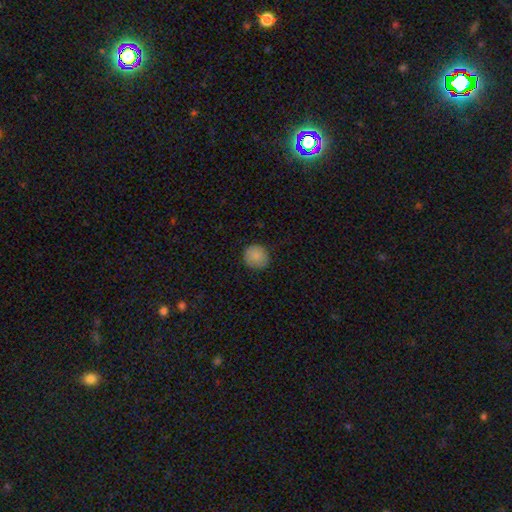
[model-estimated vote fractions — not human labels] smooth-or-featured: smooth: 87% | star or artifact: 8% | featured or disk: 6%
  how-rounded: round: 89% | in between: 10% | cigar-shaped: 1%
  merging: none: 85% | minor disturbance: 11% | major disturbance: 3% | merger: 1%